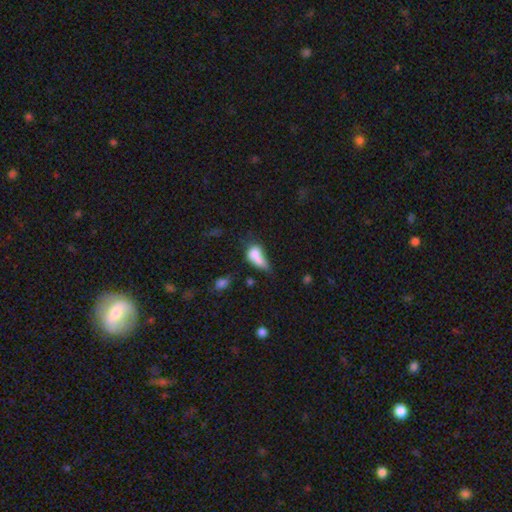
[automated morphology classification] Smooth or featured?
  - smooth: 69% *
  - featured or disk: 20%
  - star or artifact: 11%
How rounded?
  - in between: 75% *
  - round: 15%
  - cigar-shaped: 10%
Merging?
  - merger: 39% *
  - major disturbance: 22%
  - minor disturbance: 20%
  - none: 19%